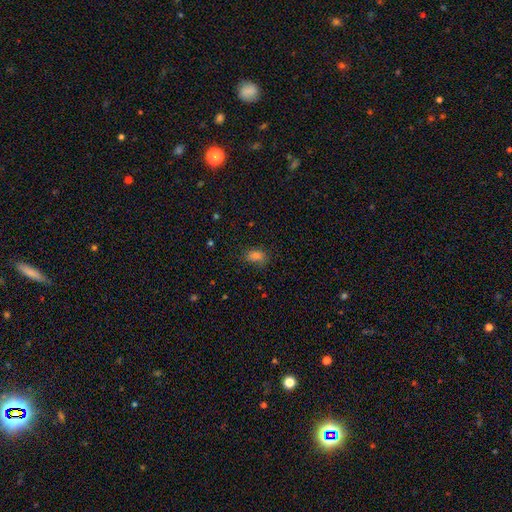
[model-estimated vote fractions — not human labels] Smooth or featured? Predicted: smooth (p=0.80). How rounded? Predicted: in between (p=0.78). Merging? Predicted: none (p=0.77).